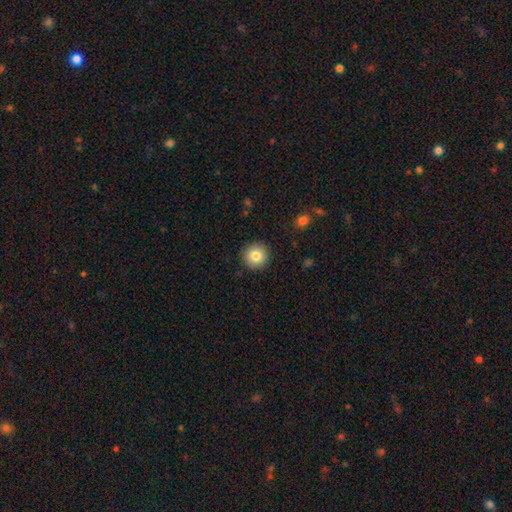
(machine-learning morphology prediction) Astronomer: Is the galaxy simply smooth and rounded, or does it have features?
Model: smooth — 82%.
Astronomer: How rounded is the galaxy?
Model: round — 95%.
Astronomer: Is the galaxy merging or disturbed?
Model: none — 92%.